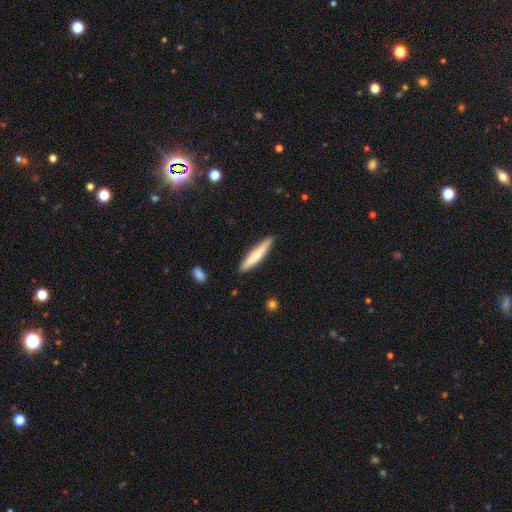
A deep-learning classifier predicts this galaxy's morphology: smooth-or-featured: smooth: 71% | featured or disk: 24% | star or artifact: 5%
  how-rounded: cigar-shaped: 92% | in between: 7% | round: 1%
  merging: none: 88% | minor disturbance: 9% | major disturbance: 2% | merger: 1%